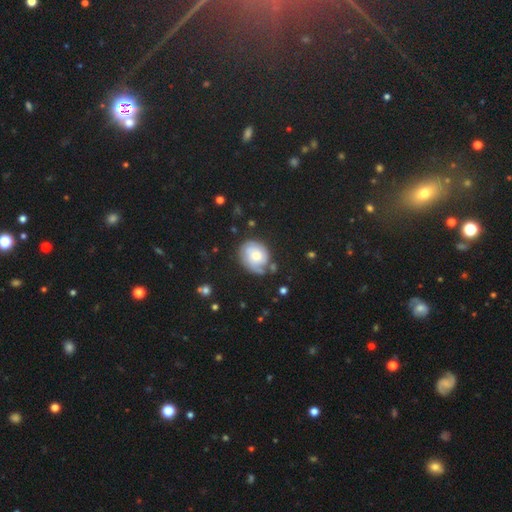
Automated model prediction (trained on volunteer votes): Overall: smooth (46%; featured or disk 45%). Merging: none (63%; minor disturbance 24%).